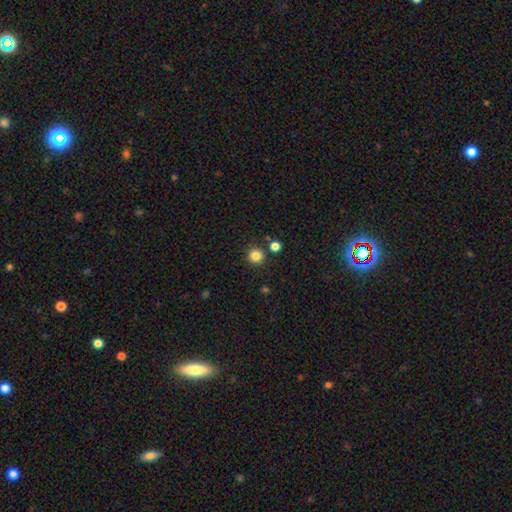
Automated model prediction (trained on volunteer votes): Smooth or featured? Predicted: smooth (p=0.84). How rounded? Predicted: round (p=0.95). Merging? Predicted: none (p=0.87).